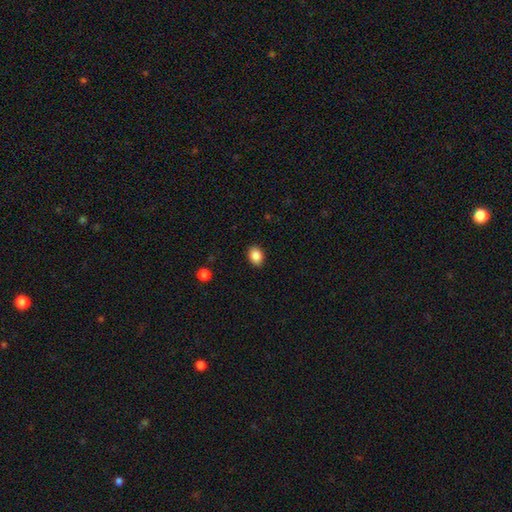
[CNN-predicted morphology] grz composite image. It shows a smooth galaxy with no disk features (87%) that is in between round and cigar-shaped (71%). Merging: none (90%).